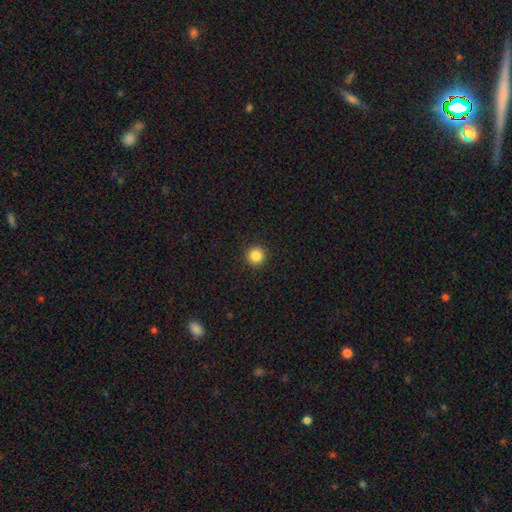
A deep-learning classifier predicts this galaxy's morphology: Smooth or featured?
  - smooth: 85% *
  - star or artifact: 11%
  - featured or disk: 4%
How rounded?
  - round: 95% *
  - in between: 4%
  - cigar-shaped: 1%
Merging?
  - none: 93% *
  - minor disturbance: 4%
  - major disturbance: 2%
  - merger: 1%